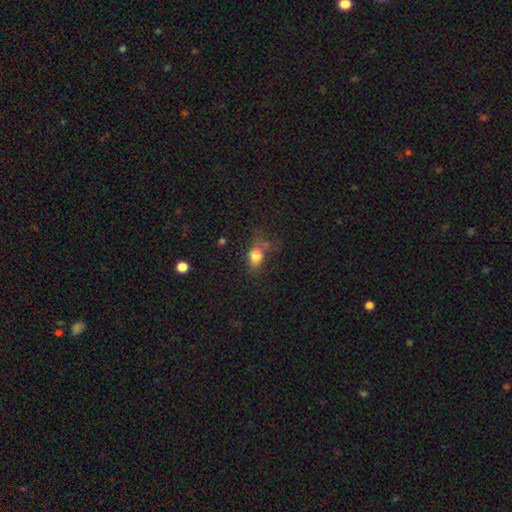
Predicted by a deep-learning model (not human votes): smooth-or-featured: smooth: 79% | star or artifact: 12% | featured or disk: 9%
  how-rounded: in between: 59% | round: 38% | cigar-shaped: 2%
  merging: none: 51% | minor disturbance: 24% | major disturbance: 15% | merger: 10%